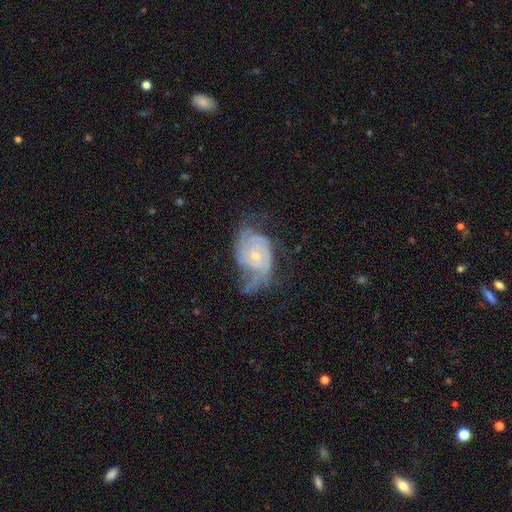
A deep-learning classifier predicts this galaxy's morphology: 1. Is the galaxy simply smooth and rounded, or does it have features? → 79% featured or disk, 14% smooth, 7% star or artifact.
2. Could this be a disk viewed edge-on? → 97% no, 3% yes.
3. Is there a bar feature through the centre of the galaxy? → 68% no, 27% weak, 5% strong.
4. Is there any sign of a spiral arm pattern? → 88% yes, 12% no.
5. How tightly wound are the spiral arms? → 47% tight, 37% medium, 16% loose.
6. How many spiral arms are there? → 42% 2, 30% can't tell, 14% 3, 6% 1, 4% 4, 3% more than 4.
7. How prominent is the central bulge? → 65% small, 31% moderate, 2% none, 2% large, 1% dominant.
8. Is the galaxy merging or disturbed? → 43% none, 28% minor disturbance, 26% major disturbance, 3% merger.